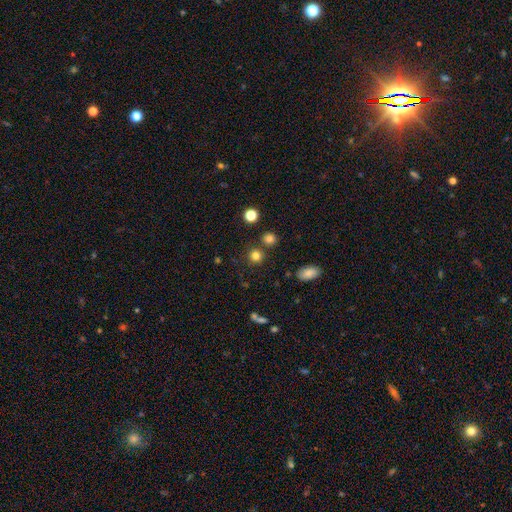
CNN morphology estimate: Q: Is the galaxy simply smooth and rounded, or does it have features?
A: smooth — 80%.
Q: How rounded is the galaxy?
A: round — 91%.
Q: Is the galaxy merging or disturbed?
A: none — 82%.